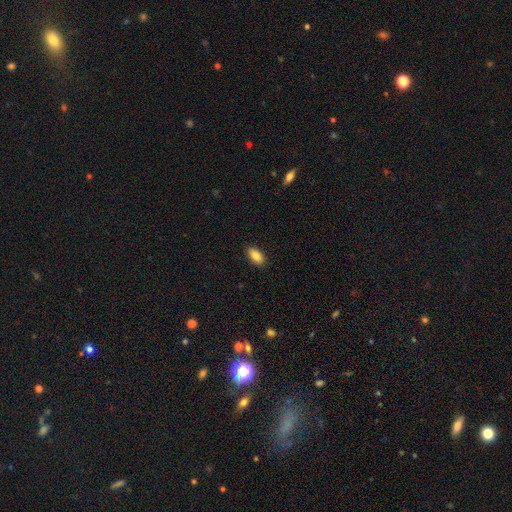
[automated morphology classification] smooth_or_featured: smooth (p=0.86) [alt: star or artifact p=0.07]
how_rounded: in between (p=0.92) [alt: cigar-shaped p=0.04]
merging: none (p=0.89) [alt: minor disturbance p=0.08]